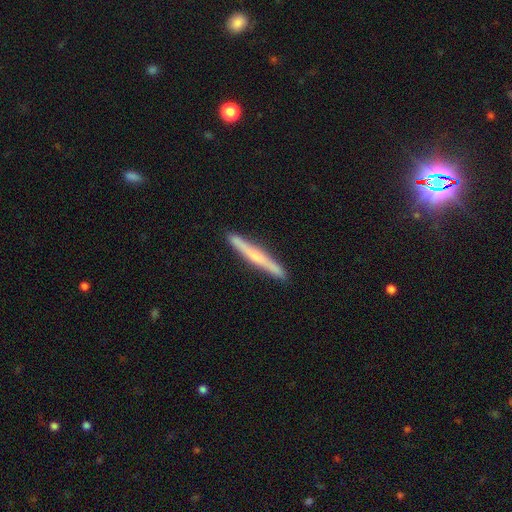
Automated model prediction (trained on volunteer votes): Smooth or featured? Predicted: featured or disk (p=0.54). Edge-on disk? Predicted: yes (p=0.96). Edge-on bulge? Predicted: rounded (p=0.52). Merging? Predicted: none (p=0.90).